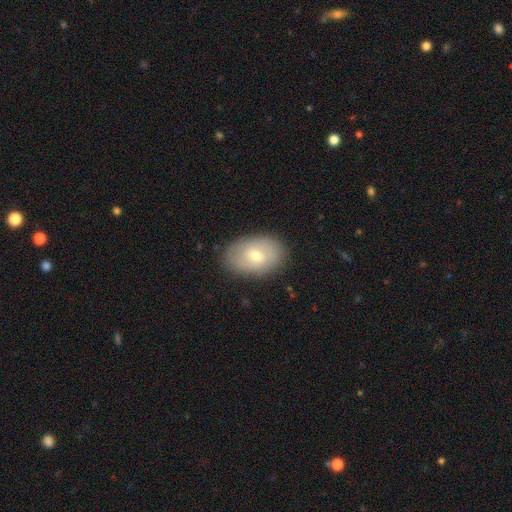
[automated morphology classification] This appears to be a smooth galaxy with no disk features (53%) that is in between round and cigar-shaped (84%). Merging: none (84%).